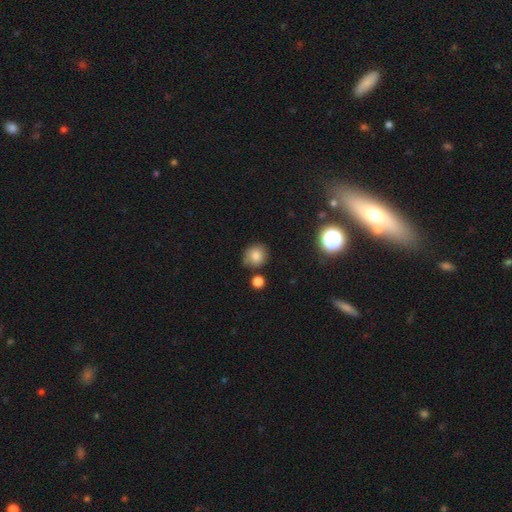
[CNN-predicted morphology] smooth 79%, star or artifact 12%, featured or disk 9%. Down the decision tree: how rounded — round (78%); merging — none (73%).